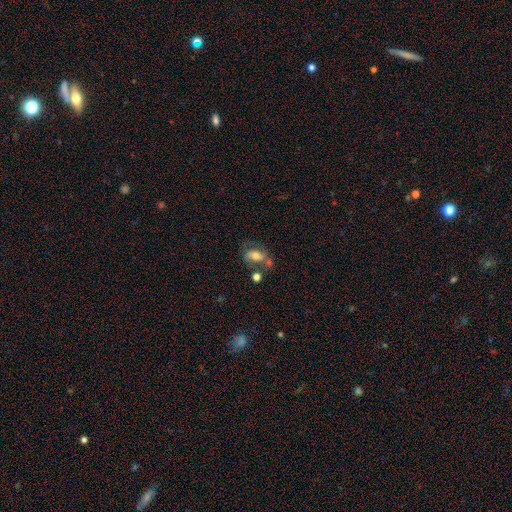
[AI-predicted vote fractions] smooth-or-featured: smooth: 53% | featured or disk: 37% | star or artifact: 10%
  how-rounded: in between: 78% | round: 19% | cigar-shaped: 3%
  merging: none: 42% | merger: 23% | minor disturbance: 21% | major disturbance: 14%